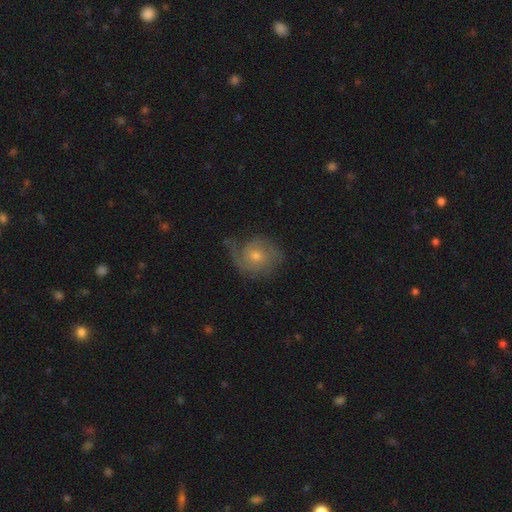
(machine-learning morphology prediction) Q: Smooth or featured?
A: featured or disk (69%); runner-up: smooth (22%)
Q: Edge-on disk?
A: no (97%); runner-up: yes (3%)
Q: Bar?
A: no (76%); runner-up: weak (21%)
Q: Spiral arms?
A: yes (90%); runner-up: no (10%)
Q: Spiral winding?
A: tight (46%); runner-up: medium (35%)
Q: Spiral arm count?
A: 2 (38%); runner-up: 1 (25%)
Q: Bulge size?
A: small (48%); tied with: moderate (48%)
Q: Merging?
A: none (62%); runner-up: minor disturbance (23%)